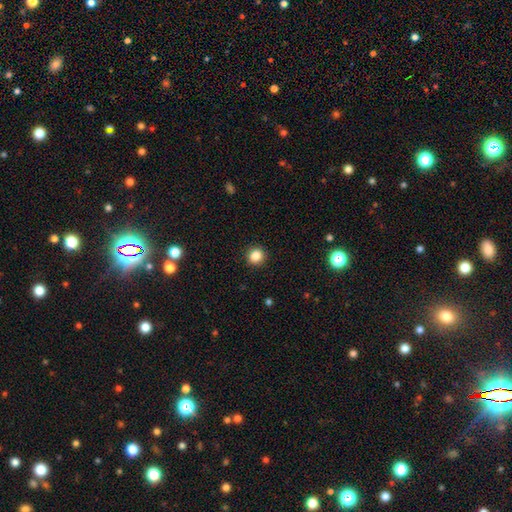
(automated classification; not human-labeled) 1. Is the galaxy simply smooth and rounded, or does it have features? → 85% smooth, 11% star or artifact, 4% featured or disk.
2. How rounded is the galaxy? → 90% round, 9% in between, 1% cigar-shaped.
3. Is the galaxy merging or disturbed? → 92% none, 5% minor disturbance, 2% major disturbance, 1% merger.